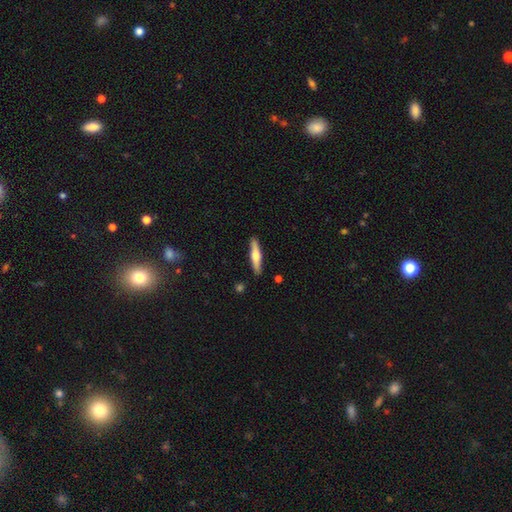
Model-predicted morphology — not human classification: The model was most divided on "smooth or featured": featured or disk: 50%, smooth: 45%, star or artifact: 5%. More confident: merging — none (89%).